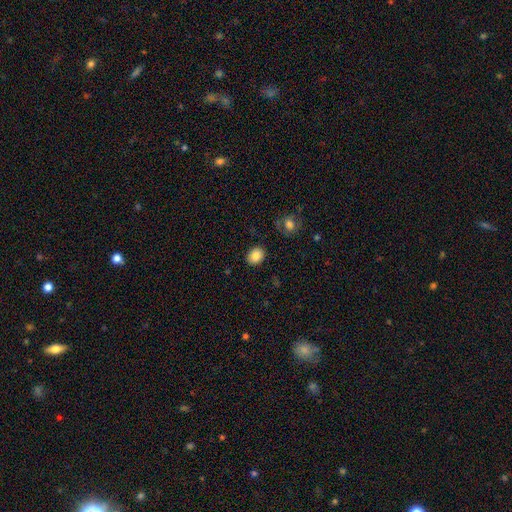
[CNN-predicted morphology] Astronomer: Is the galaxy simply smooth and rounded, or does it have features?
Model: smooth — 85%.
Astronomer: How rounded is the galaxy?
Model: round — 57% (runner-up: in between, 43%).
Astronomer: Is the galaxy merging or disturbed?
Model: none — 88%.